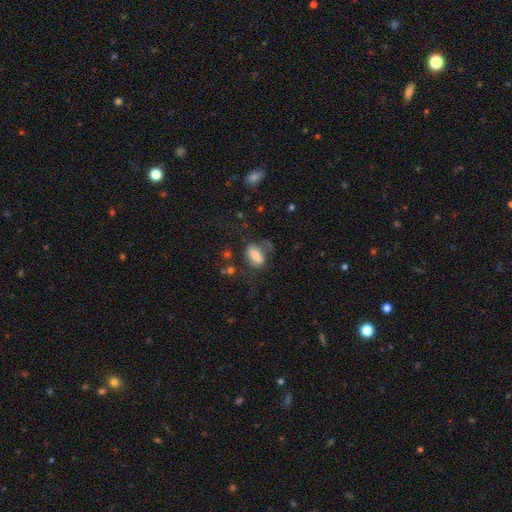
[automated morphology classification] smooth-or-featured: smooth: 70% | featured or disk: 19% | star or artifact: 11%
  how-rounded: in between: 74% | cigar-shaped: 18% | round: 8%
  merging: none: 50% | major disturbance: 23% | minor disturbance: 23% | merger: 5%